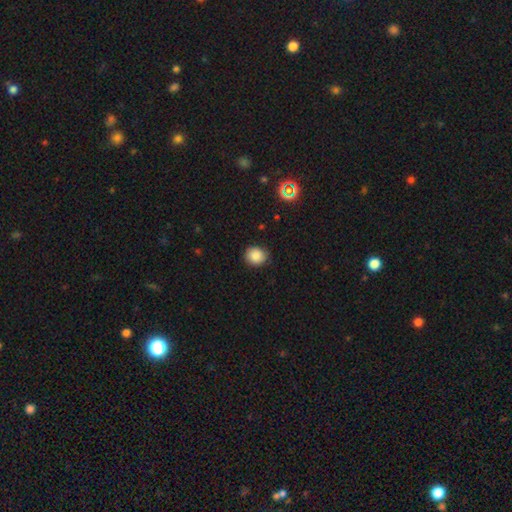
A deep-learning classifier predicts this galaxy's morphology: smooth_or_featured: smooth (p=0.85) [alt: star or artifact p=0.10]
how_rounded: round (p=0.79) [alt: in between p=0.20]
merging: none (p=0.84) [alt: minor disturbance p=0.13]